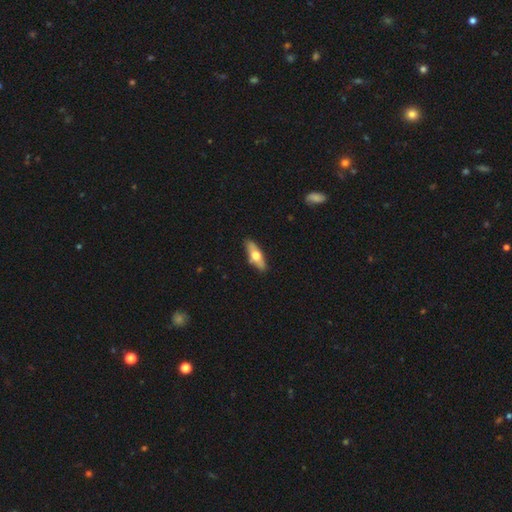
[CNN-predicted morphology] Smooth or featured? Predicted: smooth (p=0.52). How rounded? Predicted: in between (p=0.54). Merging? Predicted: none (p=0.87).